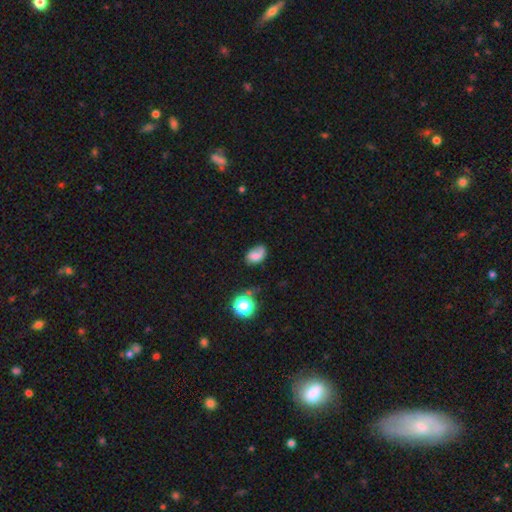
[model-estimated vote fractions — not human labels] Smooth or featured? smooth (63%)
How rounded? in between (80%)
Merging? none (50%)